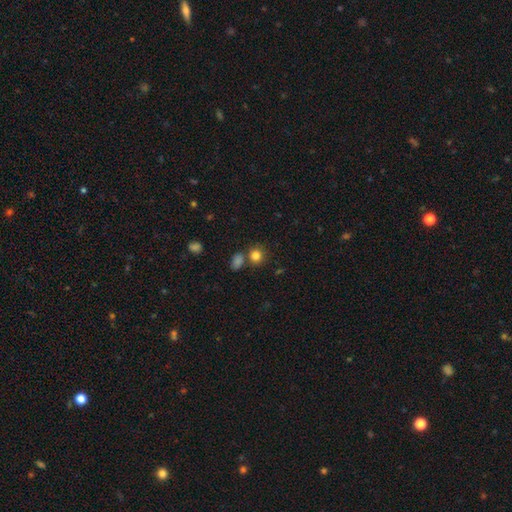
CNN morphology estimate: Smooth or featured? Predicted: smooth (p=0.82). How rounded? Predicted: round (p=0.81). Merging? Predicted: none (p=0.69).